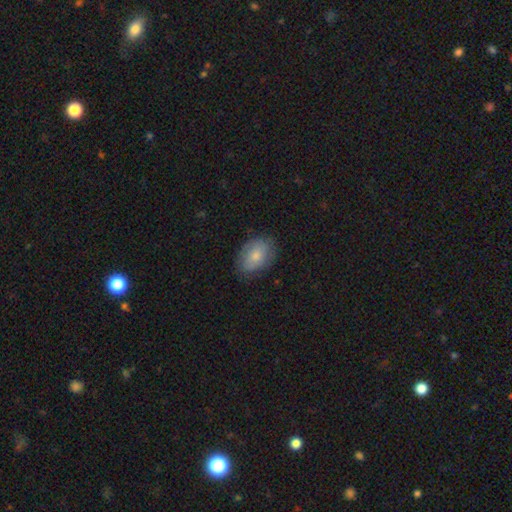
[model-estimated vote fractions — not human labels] Morphology: type=smooth (71%); roundness=in between (85%); merging=none (78%).